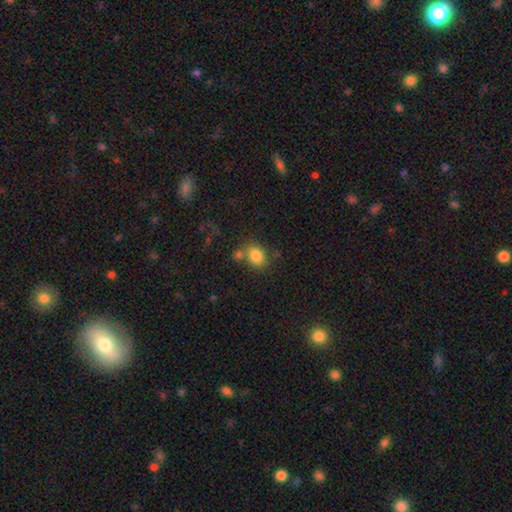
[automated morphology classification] Q: Smooth or featured?
A: smooth (82%); runner-up: star or artifact (10%)
Q: How rounded?
A: round (58%); runner-up: in between (41%)
Q: Merging?
A: none (60%); runner-up: merger (22%)